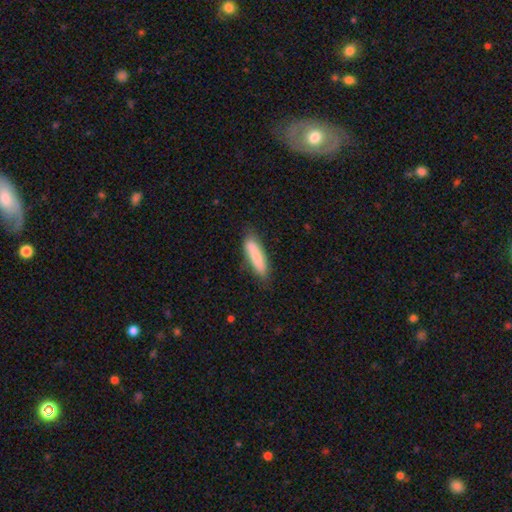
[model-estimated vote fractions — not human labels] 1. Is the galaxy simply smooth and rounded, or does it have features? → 83% smooth, 11% featured or disk, 6% star or artifact.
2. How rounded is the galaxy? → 75% cigar-shaped, 24% in between, 1% round.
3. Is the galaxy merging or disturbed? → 77% none, 18% minor disturbance, 3% major disturbance, 2% merger.